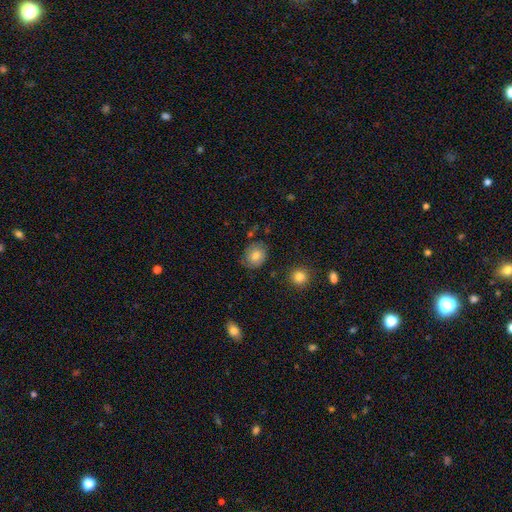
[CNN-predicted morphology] A smooth galaxy with no disk features (76%) that is round (66%). Merging: none (77%).